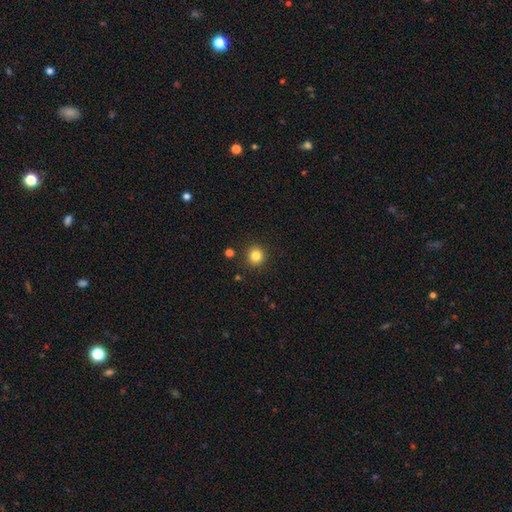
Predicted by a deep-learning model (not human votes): Q: Smooth or featured?
A: smooth (83%); runner-up: star or artifact (12%)
Q: How rounded?
A: round (92%); runner-up: in between (7%)
Q: Merging?
A: none (90%); runner-up: minor disturbance (6%)